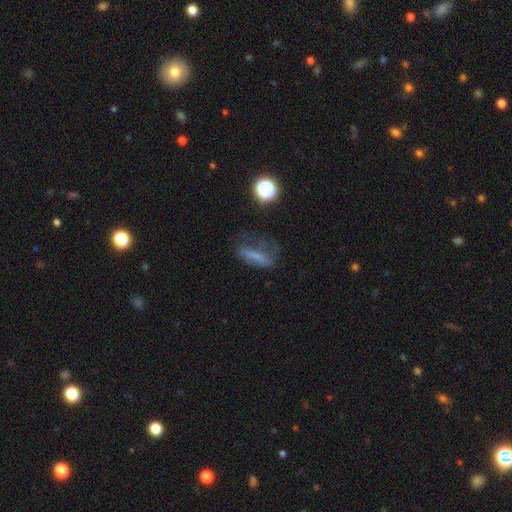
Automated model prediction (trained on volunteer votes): Morphology: type=smooth (49%); merging=major disturbance (36%).